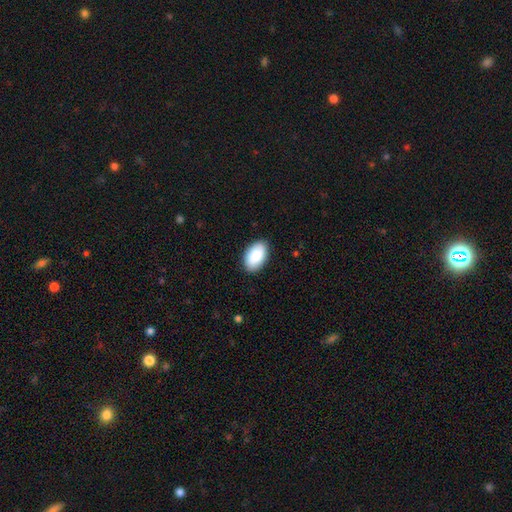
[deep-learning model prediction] smooth 90%, star or artifact 6%, featured or disk 4%. Down the decision tree: how rounded — in between (94%); merging — none (88%).